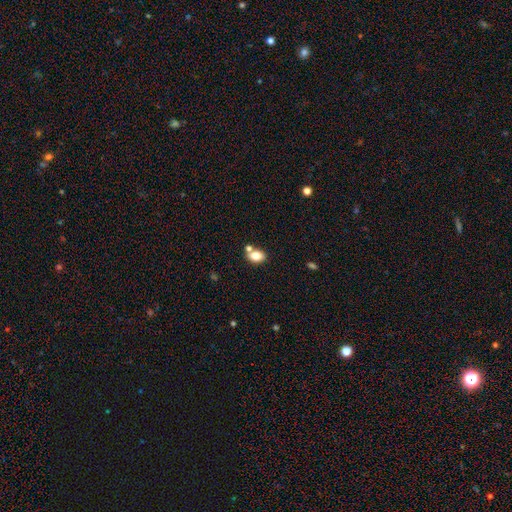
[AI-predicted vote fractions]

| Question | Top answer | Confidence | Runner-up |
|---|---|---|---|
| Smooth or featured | smooth | 80% | featured or disk (10%) |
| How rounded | in between | 77% | round (22%) |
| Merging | none | 59% | merger (25%) |